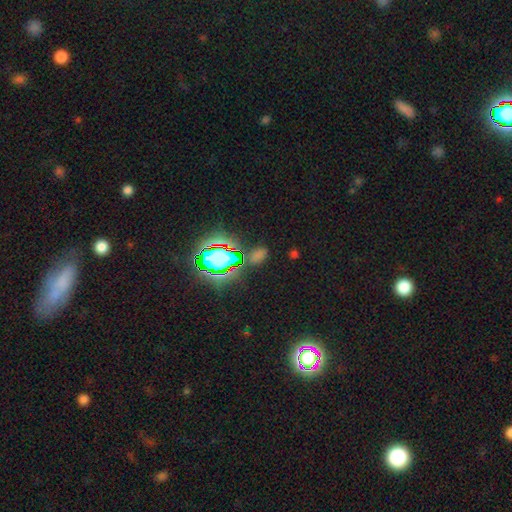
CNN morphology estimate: smooth_or_featured: star or artifact (p=0.64) [alt: smooth p=0.26]